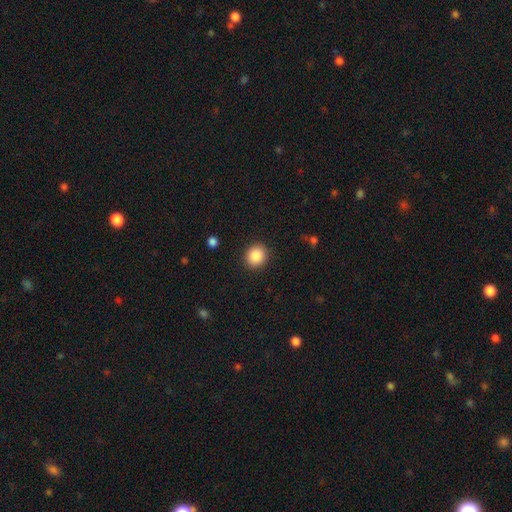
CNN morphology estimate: smooth 88%, star or artifact 9%, featured or disk 3%. Down the decision tree: how rounded — round (82%); merging — none (90%).